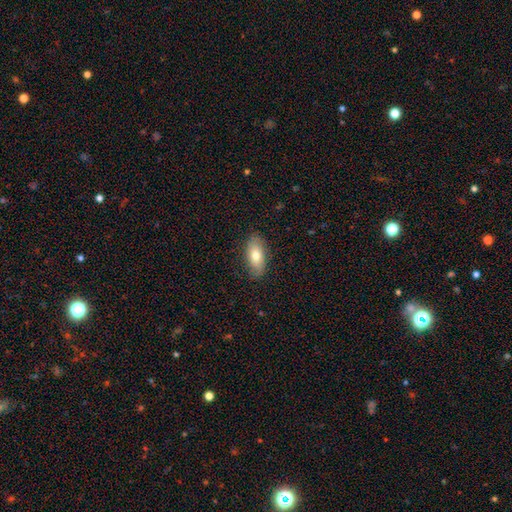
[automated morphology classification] A smooth galaxy with no disk features (72%) that is in between round and cigar-shaped (87%). Merging: none (83%).